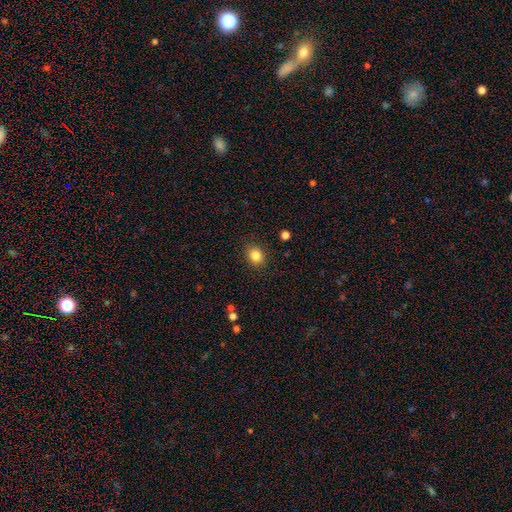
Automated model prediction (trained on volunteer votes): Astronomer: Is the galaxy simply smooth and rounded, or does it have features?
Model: smooth — 84%.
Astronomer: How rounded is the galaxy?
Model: round — 63%.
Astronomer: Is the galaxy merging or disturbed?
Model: none — 89%.